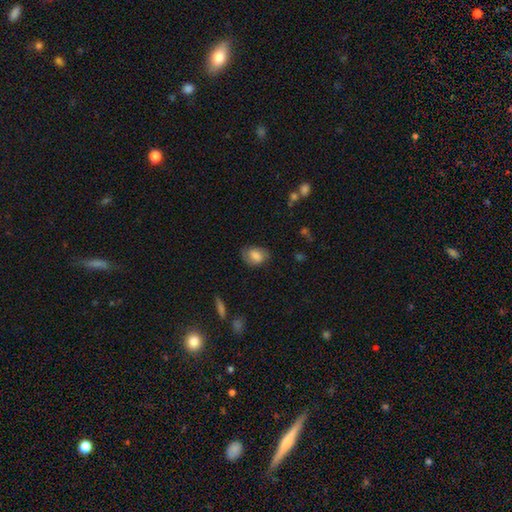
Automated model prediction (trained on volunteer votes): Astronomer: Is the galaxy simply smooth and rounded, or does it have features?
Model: smooth — 74%.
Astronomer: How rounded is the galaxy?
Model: in between — 77%.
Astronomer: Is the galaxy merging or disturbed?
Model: none — 69%.